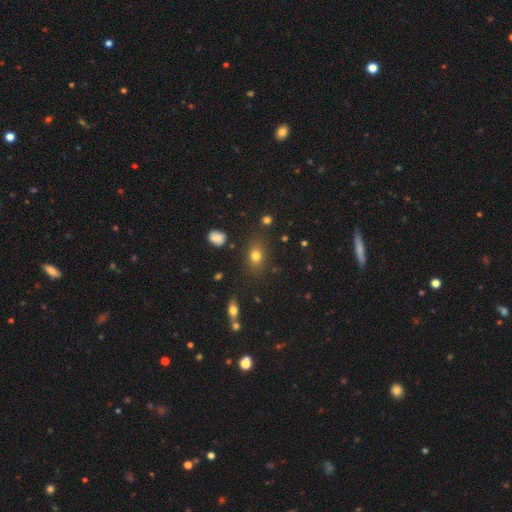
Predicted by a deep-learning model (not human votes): Q: Smooth or featured?
A: smooth (76%); runner-up: star or artifact (14%)
Q: How rounded?
A: in between (68%); runner-up: round (30%)
Q: Merging?
A: none (80%); runner-up: minor disturbance (13%)